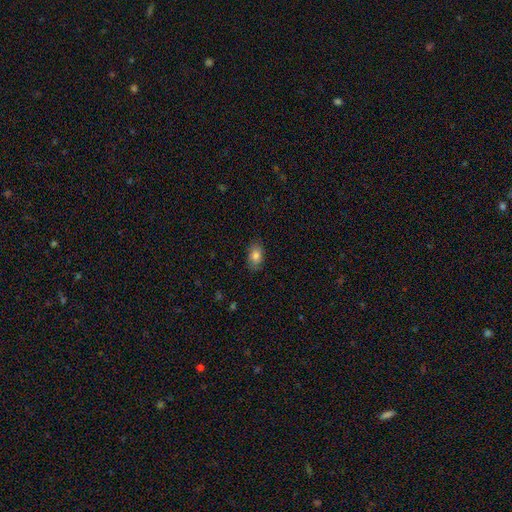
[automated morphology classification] Smooth or featured? Predicted: smooth (p=0.82). How rounded? Predicted: in between (p=0.86). Merging? Predicted: none (p=0.83).